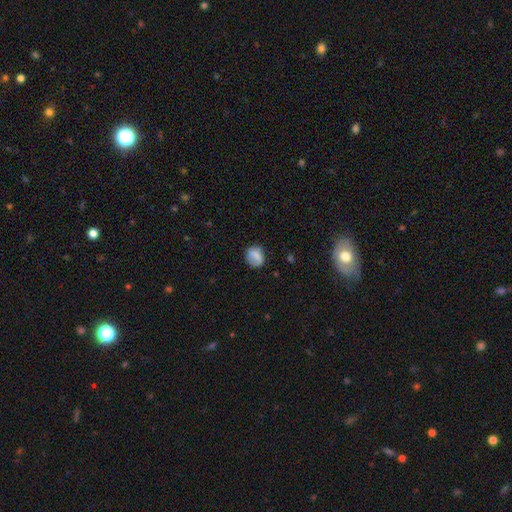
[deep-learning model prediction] Morphology: type=smooth (76%); roundness=round (59%); merging=none (71%).